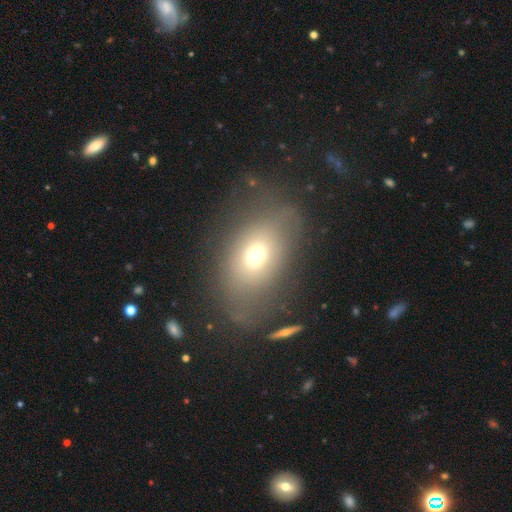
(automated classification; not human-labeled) smooth_or_featured: smooth (p=0.63) [alt: featured or disk p=0.23]
how_rounded: in between (p=0.75) [alt: round p=0.23]
merging: none (p=0.56) [alt: major disturbance p=0.20]